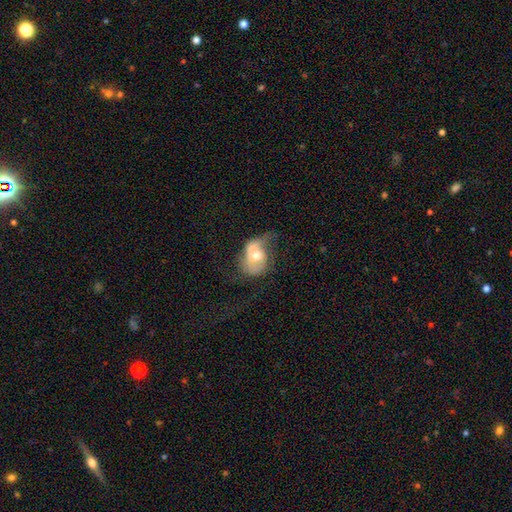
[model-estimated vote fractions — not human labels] Q: Smooth or featured?
A: featured or disk (50%); runner-up: smooth (42%)
Q: Edge-on disk?
A: no (94%); runner-up: yes (6%)
Q: Merging?
A: major disturbance (34%); runner-up: minor disturbance (32%)